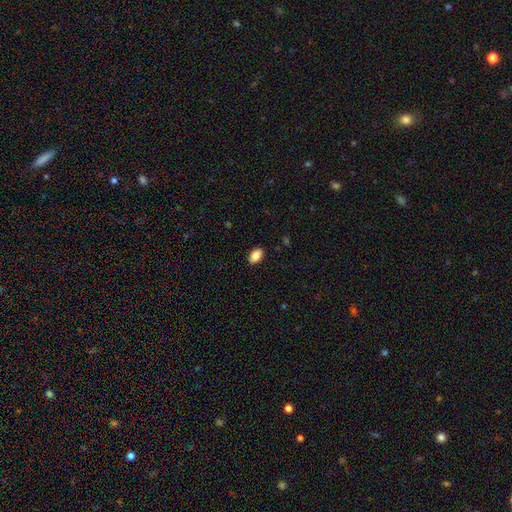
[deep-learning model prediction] Q: Smooth or featured?
A: smooth (87%); runner-up: star or artifact (8%)
Q: How rounded?
A: in between (91%); runner-up: round (8%)
Q: Merging?
A: none (89%); runner-up: minor disturbance (8%)